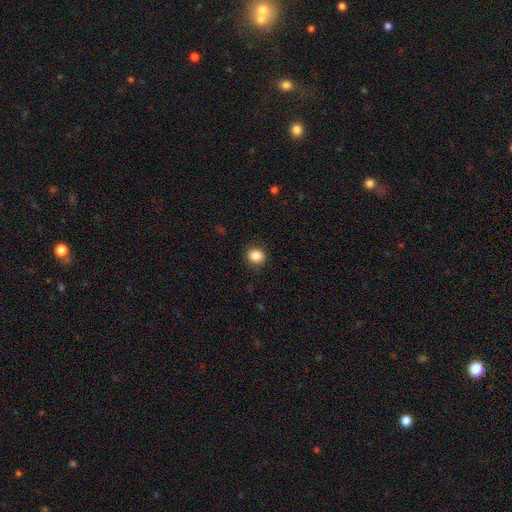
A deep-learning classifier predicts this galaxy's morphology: Smooth or featured? Predicted: smooth (p=0.86). How rounded? Predicted: round (p=0.75). Merging? Predicted: none (p=0.87).